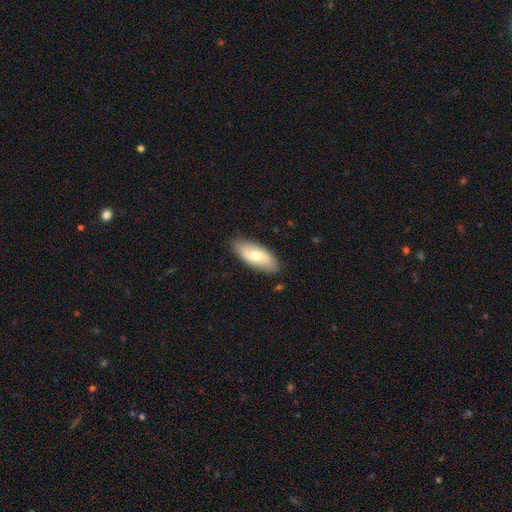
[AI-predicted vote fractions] smooth-or-featured: smooth: 57% | featured or disk: 38% | star or artifact: 5%
  how-rounded: in between: 81% | cigar-shaped: 16% | round: 3%
  merging: none: 85% | minor disturbance: 12% | major disturbance: 2% | merger: 1%